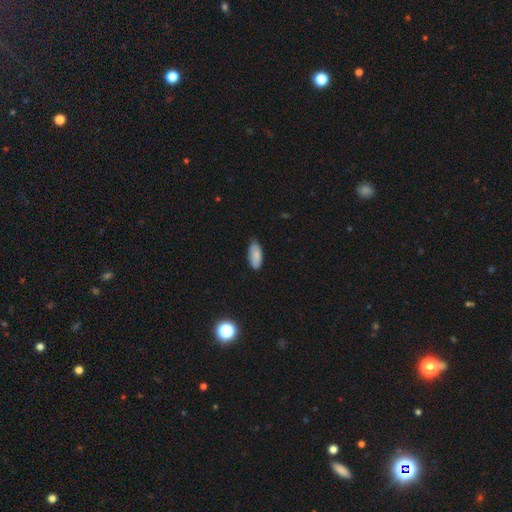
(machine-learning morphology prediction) A smooth galaxy with no disk features (81%) that is in between round and cigar-shaped (89%). Merging: none (66%).